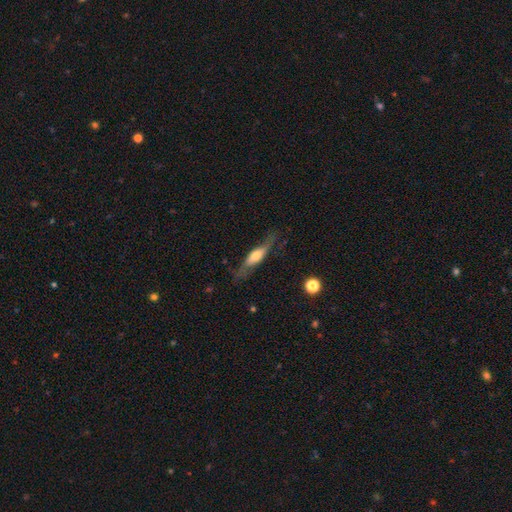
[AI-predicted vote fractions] Smooth or featured? Predicted: featured or disk (p=0.52). Edge-on disk? Predicted: yes (p=0.77). Merging? Predicted: none (p=0.71).